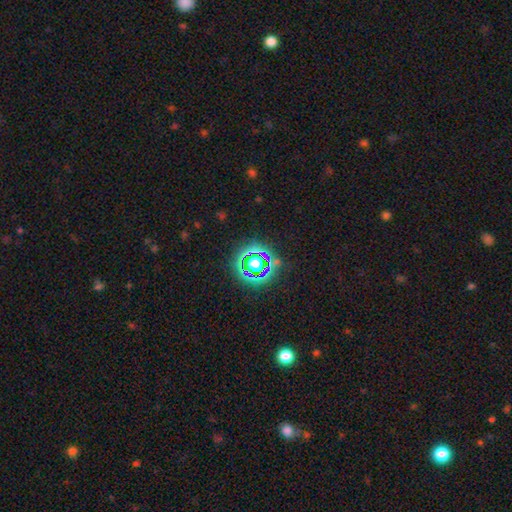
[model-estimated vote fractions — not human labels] Overall: star or artifact (77%).